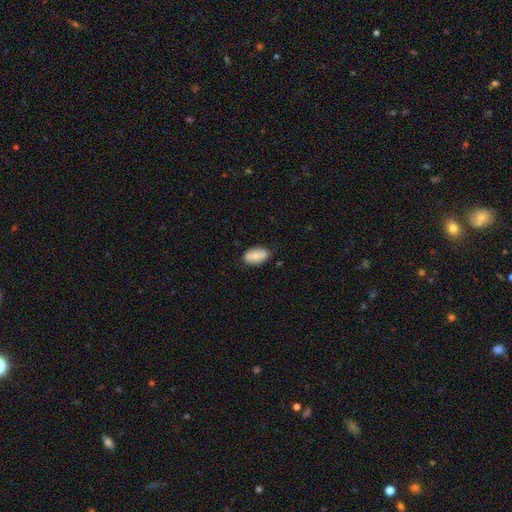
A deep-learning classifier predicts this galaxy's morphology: A smooth galaxy with no disk features (76%) that is in between round and cigar-shaped (93%). Merging: none (78%).